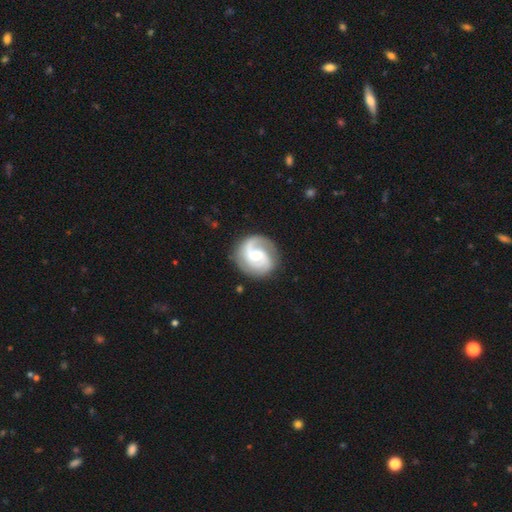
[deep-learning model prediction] Smooth or featured? featured or disk (88%)
Edge-on disk? no (98%)
Bar? no (45%)
Spiral arms? yes (97%)
Spiral winding? medium (51%)
Spiral arm count? 2 (84%)
Bulge size? moderate (56%)
Merging? none (82%)